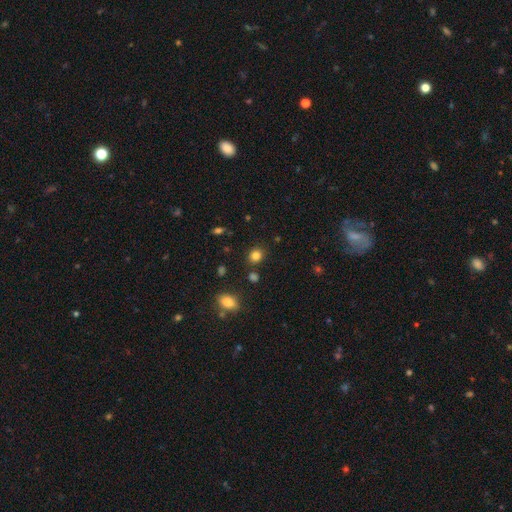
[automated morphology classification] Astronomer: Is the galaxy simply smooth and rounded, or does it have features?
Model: smooth — 83%.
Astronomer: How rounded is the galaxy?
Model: round — 72%.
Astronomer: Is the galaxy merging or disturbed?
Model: none — 84%.